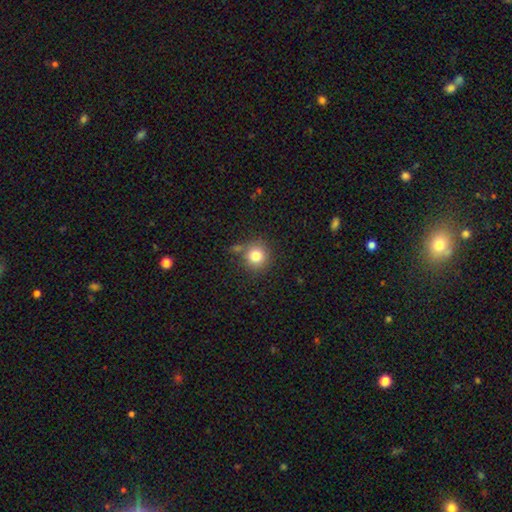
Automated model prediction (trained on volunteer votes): Overall: smooth (80%). How rounded: round (92%). Merging: none (74%).